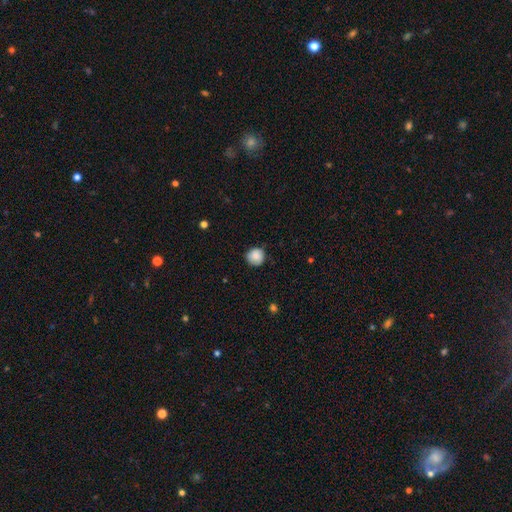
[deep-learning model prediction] smooth 85%, star or artifact 8%, featured or disk 6%. Down the decision tree: how rounded — round (92%); merging — none (80%).